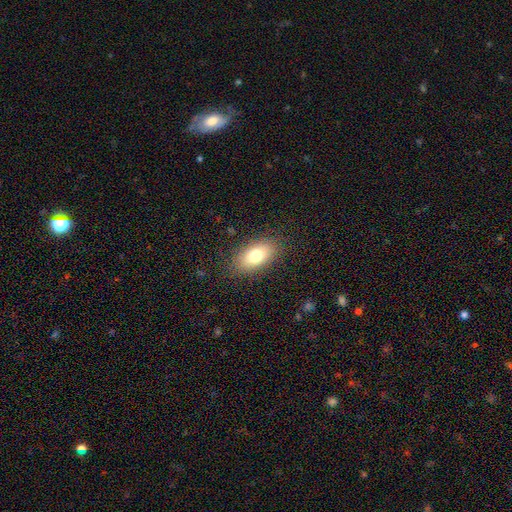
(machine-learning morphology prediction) Smooth or featured: smooth — 79% (featured or disk — 13%)
How rounded: in between — 91% (round — 5%)
Merging: none — 86% (minor disturbance — 10%)